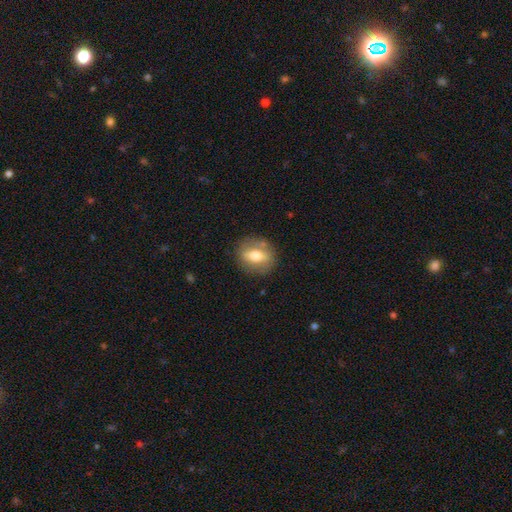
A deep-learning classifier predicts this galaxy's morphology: This appears to be a smooth galaxy with no disk features (56%) that is round (50%). Merging: none (82%).